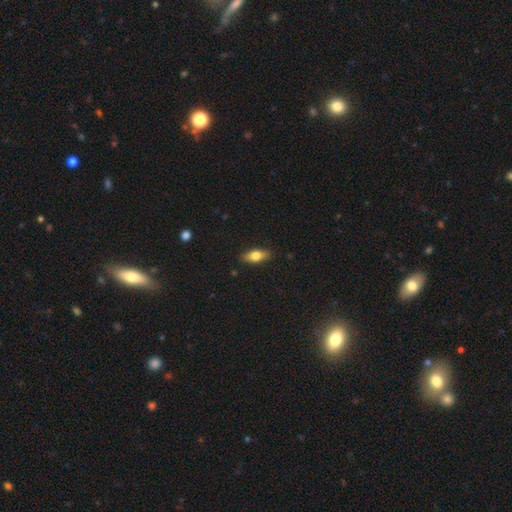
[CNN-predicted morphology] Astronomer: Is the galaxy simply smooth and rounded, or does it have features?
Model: smooth — 72%.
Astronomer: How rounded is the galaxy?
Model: in between — 76%.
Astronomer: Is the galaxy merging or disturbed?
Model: none — 87%.